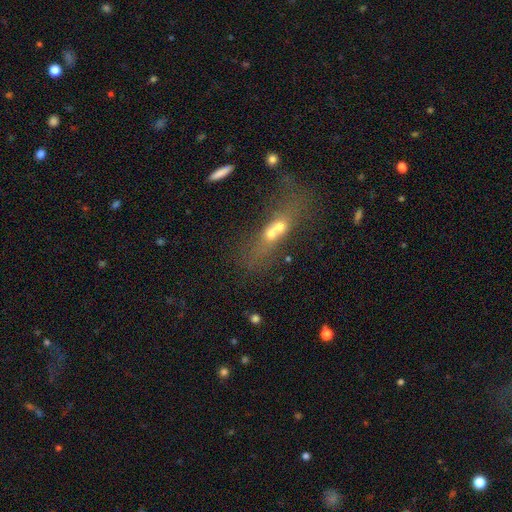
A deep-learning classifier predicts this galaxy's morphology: A smooth galaxy with no disk features (44%).

Vote fractions:
- Smooth or featured? smooth: 44% / featured or disk: 35% / star or artifact: 21%
- Merging? merger: 66% / none: 18% / major disturbance: 9% / minor disturbance: 7%